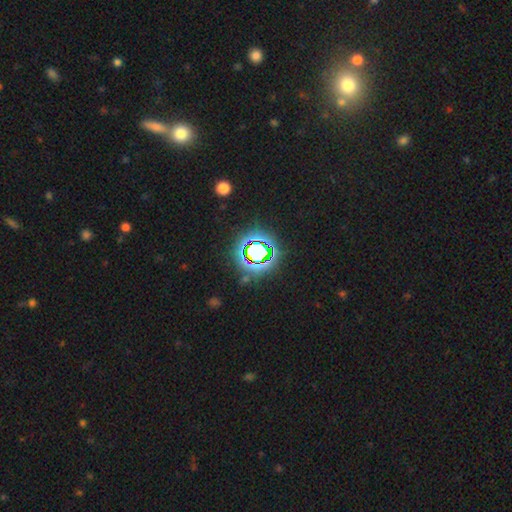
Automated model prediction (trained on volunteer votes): This is likely a star or artifact rather than a galaxy (79%).